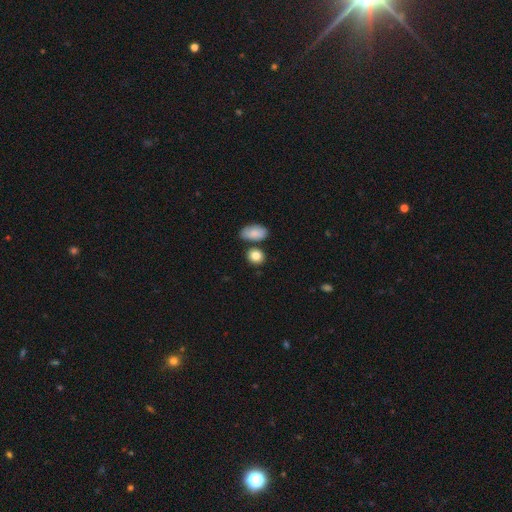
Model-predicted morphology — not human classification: Smooth or featured? Predicted: smooth (p=0.85). How rounded? Predicted: round (p=0.60). Merging? Predicted: none (p=0.73).